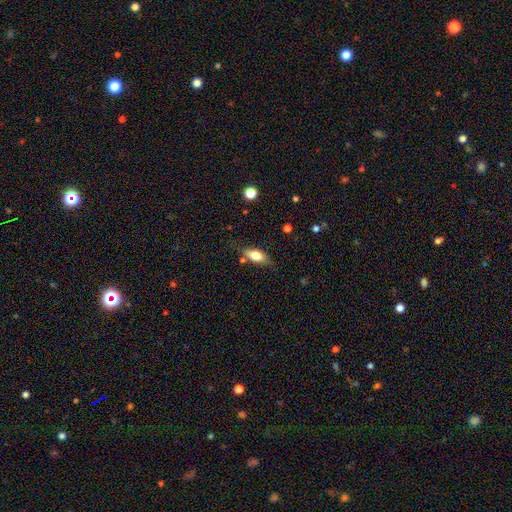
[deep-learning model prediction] Smooth or featured?
  - smooth: 70% *
  - featured or disk: 23%
  - star or artifact: 7%
How rounded?
  - in between: 79% *
  - cigar-shaped: 17%
  - round: 4%
Merging?
  - none: 71% *
  - minor disturbance: 20%
  - major disturbance: 5%
  - merger: 4%